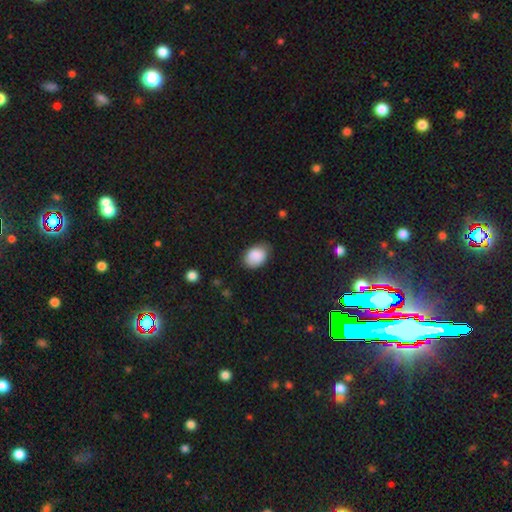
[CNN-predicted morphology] This is clearly a smooth galaxy (88%). How rounded: likely in between (78%). Merging: likely none (73%).